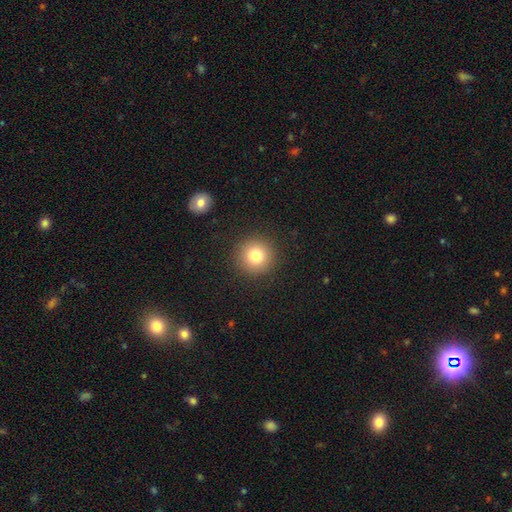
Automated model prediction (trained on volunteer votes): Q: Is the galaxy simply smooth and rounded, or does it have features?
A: smooth — 80%.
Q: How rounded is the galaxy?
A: round — 95%.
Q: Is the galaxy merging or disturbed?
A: none — 90%.